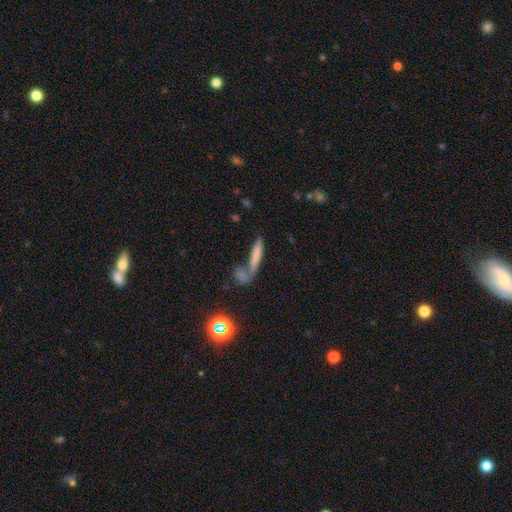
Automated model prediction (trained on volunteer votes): Smooth or featured: smooth — 70% (featured or disk — 17%)
How rounded: cigar-shaped — 81% (in between — 15%)
Merging: none — 47% (merger — 37%)